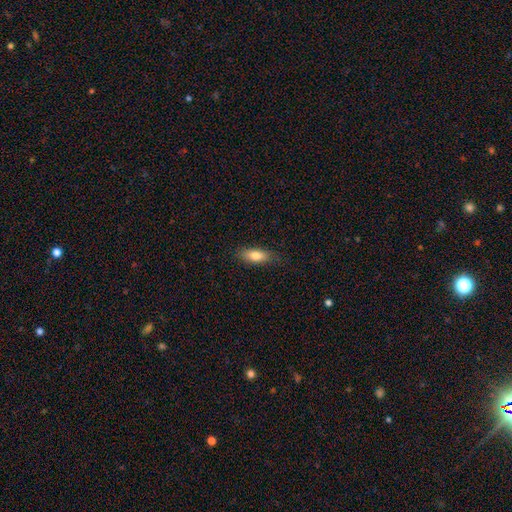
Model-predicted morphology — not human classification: This is likely a smooth galaxy (77%). How rounded: likely in between (73%). Merging: clearly none (83%).